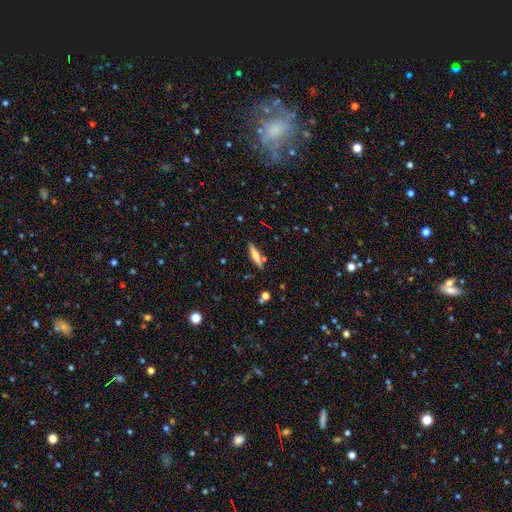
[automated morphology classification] This is possibly a smooth galaxy (56%). How rounded: clearly cigar-shaped (81%). Merging: clearly none (82%).